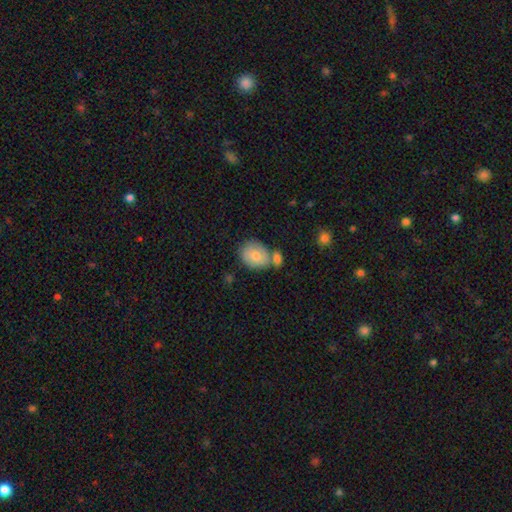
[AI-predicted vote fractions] A smooth galaxy with no disk features (70%) that is round (51%).

Vote fractions:
- Smooth or featured? smooth: 70% / featured or disk: 23% / star or artifact: 8%
- How rounded? round: 51% / in between: 48% / cigar-shaped: 1%
- Merging? none: 49% / merger: 30% / minor disturbance: 16% / major disturbance: 5%